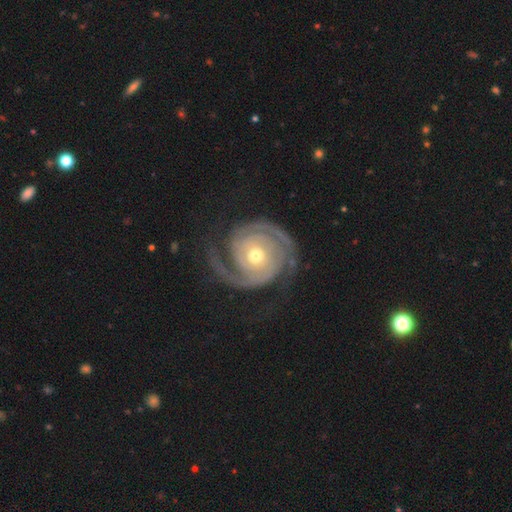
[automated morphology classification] Overall: featured or disk (91%). Edge-on disk: no (98%). Bar: no (70%). Spiral arms: yes (98%). Spiral arm count: 2 (82%). Spiral winding: tight (68%). Bulge size: moderate (68%). Merging: none (75%).